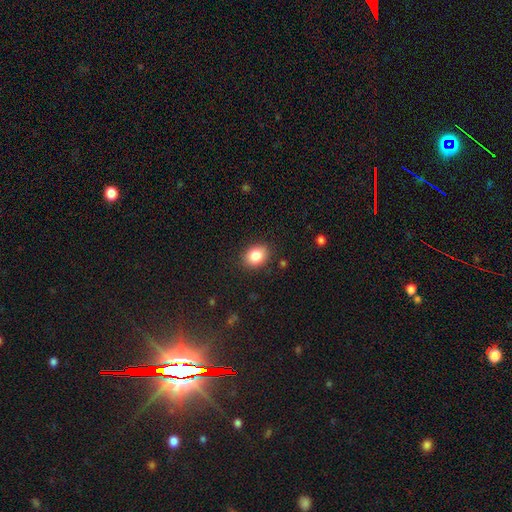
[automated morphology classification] Smooth or featured?
  - smooth: 86% *
  - star or artifact: 9%
  - featured or disk: 6%
How rounded?
  - in between: 61% *
  - round: 38%
  - cigar-shaped: 1%
Merging?
  - none: 87% *
  - minor disturbance: 9%
  - major disturbance: 3%
  - merger: 1%